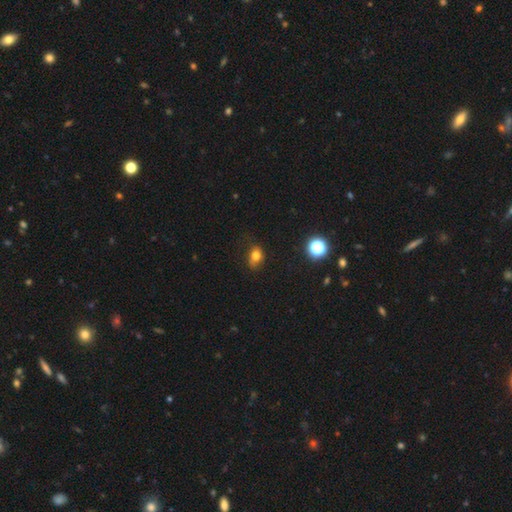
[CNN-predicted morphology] The model was most divided on "how rounded": in between: 66%, round: 32%, cigar-shaped: 2%. More confident: smooth or featured — smooth (76%); merging — none (64%).